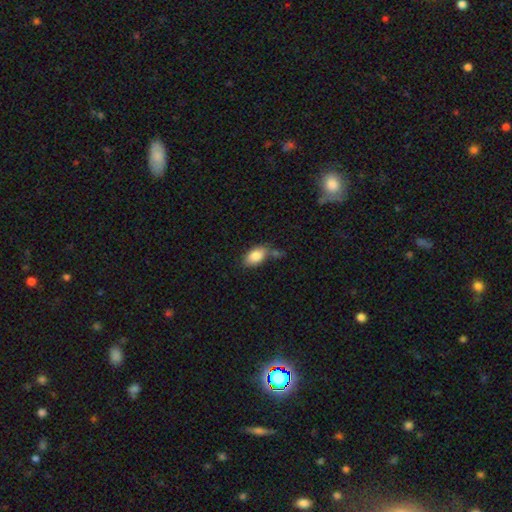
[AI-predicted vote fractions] Morphology: type=smooth (85%); roundness=in between (90%); merging=none (55%).